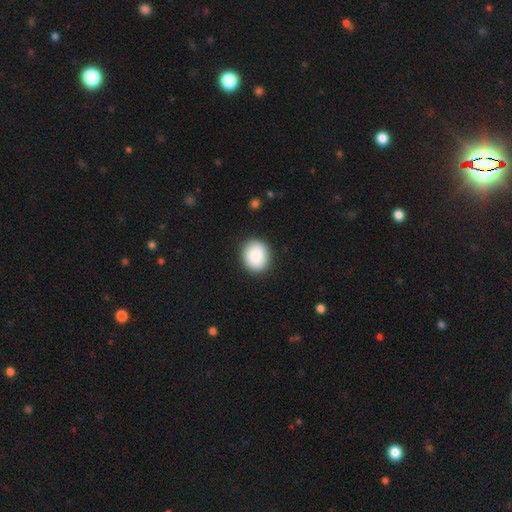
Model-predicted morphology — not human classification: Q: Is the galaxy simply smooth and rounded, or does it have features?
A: smooth — 86%.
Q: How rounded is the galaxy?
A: round — 64%.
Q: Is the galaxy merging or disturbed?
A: none — 89%.